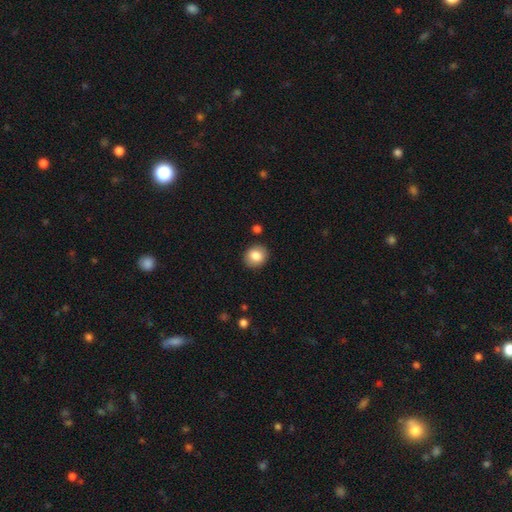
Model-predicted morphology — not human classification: This is clearly a smooth galaxy (84%). How rounded: likely round (74%). Merging: clearly none (89%).